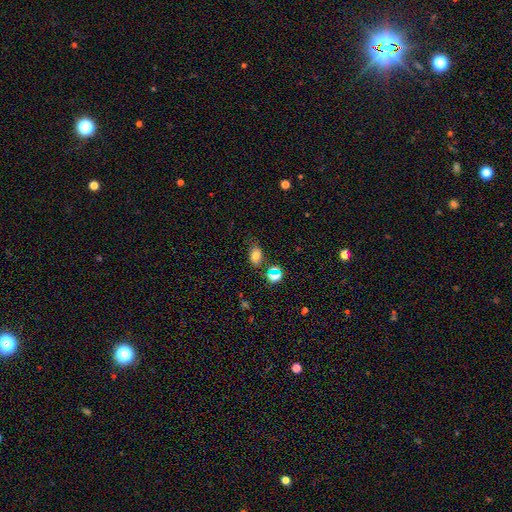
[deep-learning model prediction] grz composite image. It shows a smooth galaxy with no disk features (72%) that is in between round and cigar-shaped (82%). Merging: none (66%).